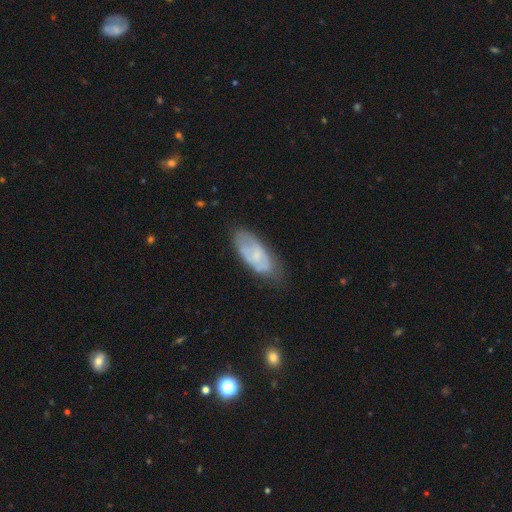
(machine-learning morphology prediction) smooth-or-featured: smooth: 47% | featured or disk: 46% | star or artifact: 7%
  merging: none: 61% | minor disturbance: 28% | major disturbance: 9% | merger: 2%